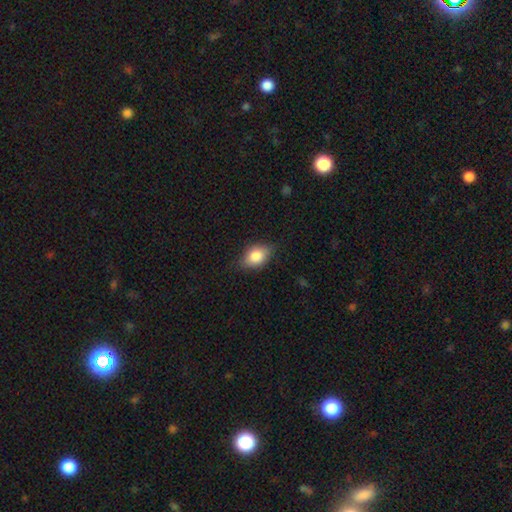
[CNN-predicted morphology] smooth-or-featured: smooth: 81% | featured or disk: 11% | star or artifact: 8%
  how-rounded: in between: 79% | round: 18% | cigar-shaped: 2%
  merging: none: 75% | minor disturbance: 20% | major disturbance: 4% | merger: 1%